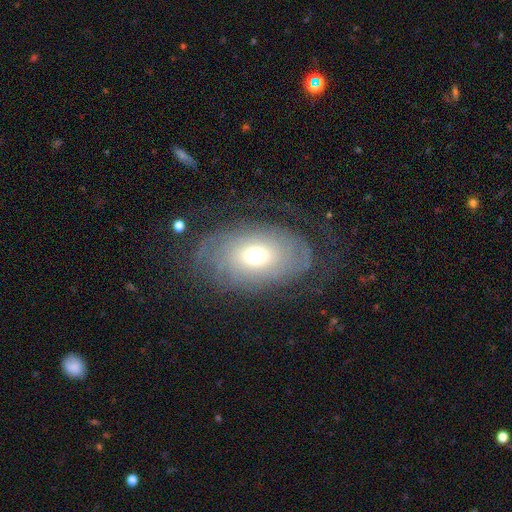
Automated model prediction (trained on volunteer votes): This is possibly a featured or disk galaxy (58%). It is clearly not viewed edge-on (93%). Bar: likely no (80%). Spiral arm pattern: likely yes (68%). Central bulge: likely moderate (65%). Merging: likely none (64%).